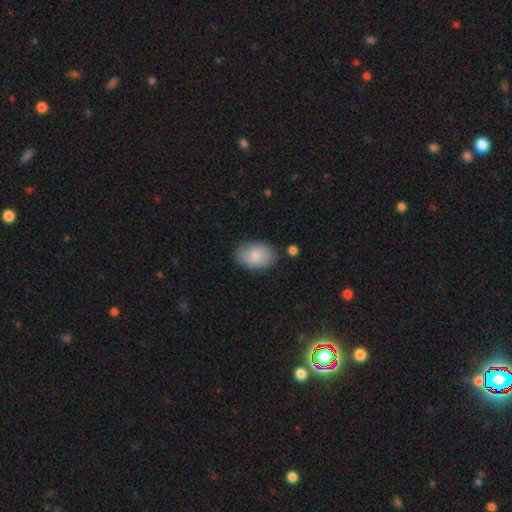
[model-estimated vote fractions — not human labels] smooth_or_featured: smooth (p=0.84) [alt: featured or disk p=0.10]
how_rounded: in between (p=0.86) [alt: round p=0.12]
merging: none (p=0.78) [alt: minor disturbance p=0.16]